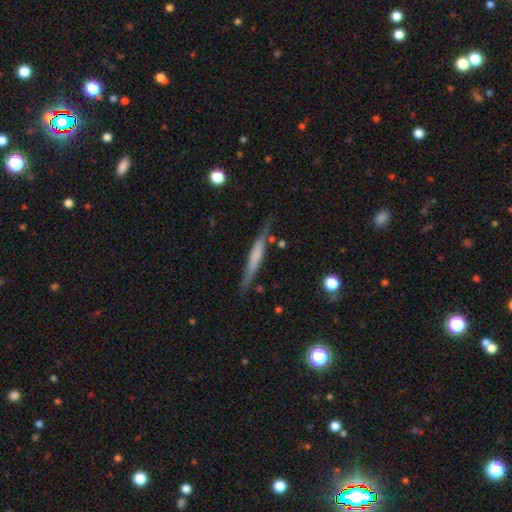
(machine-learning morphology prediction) This is possibly a featured or disk galaxy (50%). Merging: likely none (78%).